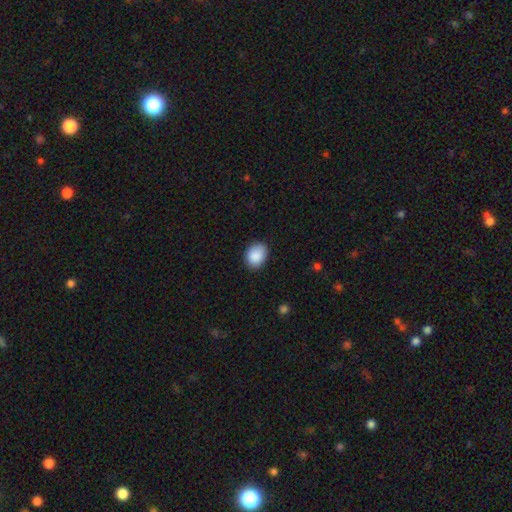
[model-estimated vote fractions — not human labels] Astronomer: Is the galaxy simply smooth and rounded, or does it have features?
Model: smooth — 89%.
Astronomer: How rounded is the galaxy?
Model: in between — 60% (runner-up: round, 39%).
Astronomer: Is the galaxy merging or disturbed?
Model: none — 83%.